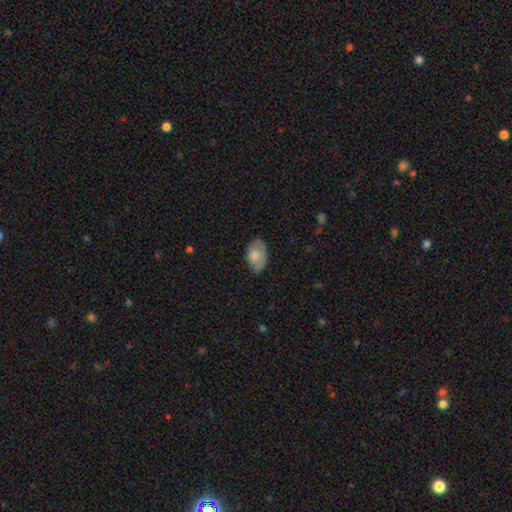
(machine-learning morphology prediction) This is likely a smooth galaxy (76%). How rounded: clearly in between (93%). Merging: likely none (68%).